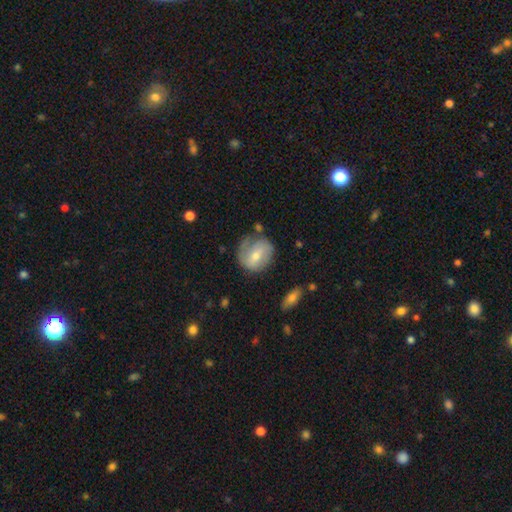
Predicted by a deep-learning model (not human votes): smooth-or-featured: featured or disk: 51% | smooth: 41% | star or artifact: 8%
  disk-edge-on: no: 95% | yes: 5%
  merging: none: 60% | minor disturbance: 25% | major disturbance: 11% | merger: 4%